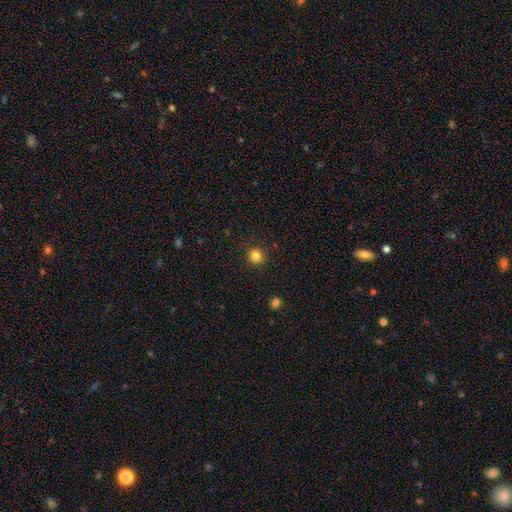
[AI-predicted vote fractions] smooth_or_featured: smooth (p=0.83) [alt: star or artifact p=0.12]
how_rounded: round (p=0.94) [alt: in between p=0.05]
merging: none (p=0.90) [alt: minor disturbance p=0.07]